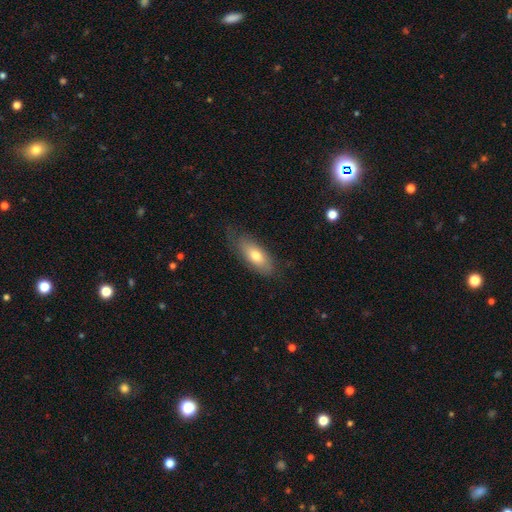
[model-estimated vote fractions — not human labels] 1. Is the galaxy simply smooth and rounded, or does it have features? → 71% smooth, 23% featured or disk, 6% star or artifact.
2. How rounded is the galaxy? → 83% in between, 14% cigar-shaped, 3% round.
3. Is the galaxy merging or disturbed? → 69% none, 22% minor disturbance, 7% major disturbance, 1% merger.